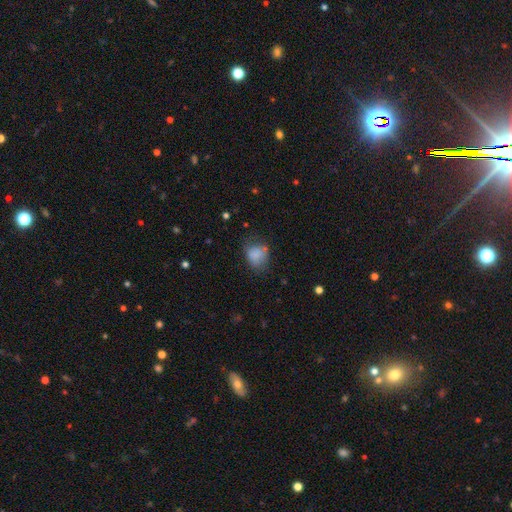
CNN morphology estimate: Q: Smooth or featured?
A: smooth (79%); runner-up: featured or disk (11%)
Q: How rounded?
A: in between (53%); runner-up: round (46%)
Q: Merging?
A: none (50%); runner-up: minor disturbance (31%)